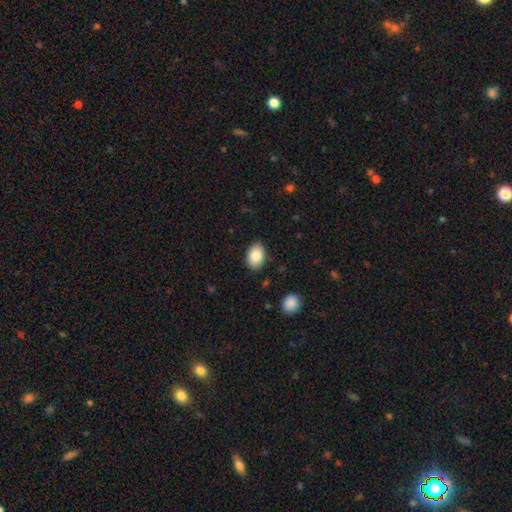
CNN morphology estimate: Smooth or featured: smooth — 87% (star or artifact — 7%)
How rounded: in between — 87% (round — 12%)
Merging: none — 86% (minor disturbance — 10%)